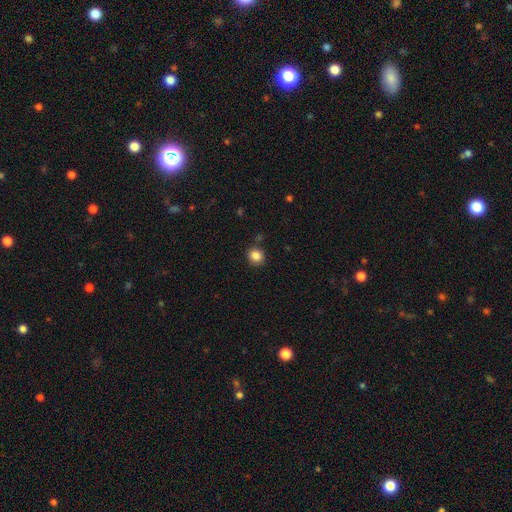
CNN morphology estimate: Smooth or featured: smooth — 85% (star or artifact — 11%)
How rounded: round — 85% (in between — 14%)
Merging: none — 85% (minor disturbance — 10%)